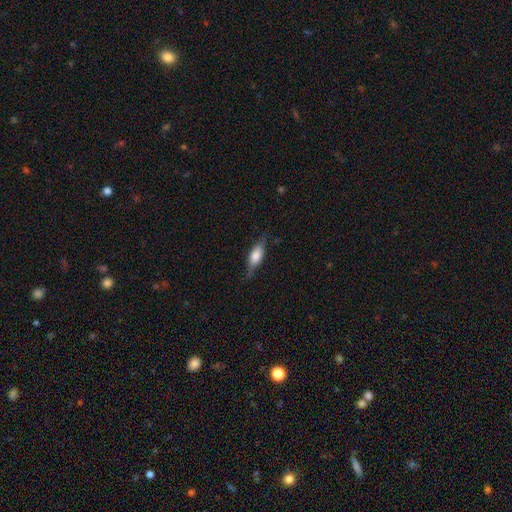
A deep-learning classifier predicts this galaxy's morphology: Smooth or featured? Predicted: smooth (p=0.55). How rounded? Predicted: in between (p=0.63). Merging? Predicted: none (p=0.75).